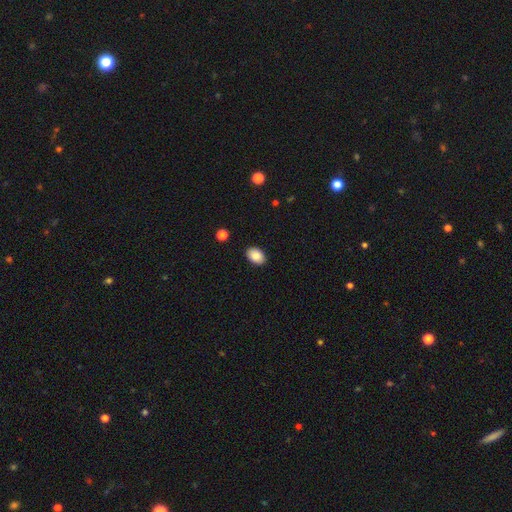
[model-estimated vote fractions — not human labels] Smooth or featured? Predicted: smooth (p=0.86). How rounded? Predicted: in between (p=0.86). Merging? Predicted: none (p=0.90).